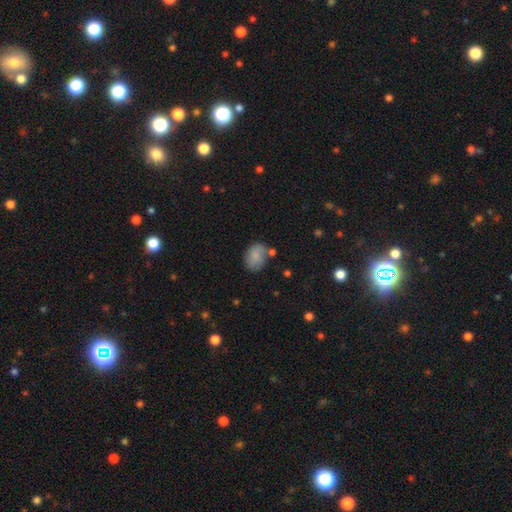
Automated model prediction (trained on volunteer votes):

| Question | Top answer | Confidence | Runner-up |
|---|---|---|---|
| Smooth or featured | smooth | 76% | featured or disk (16%) |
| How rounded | in between | 61% | round (37%) |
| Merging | none | 57% | minor disturbance (24%) |